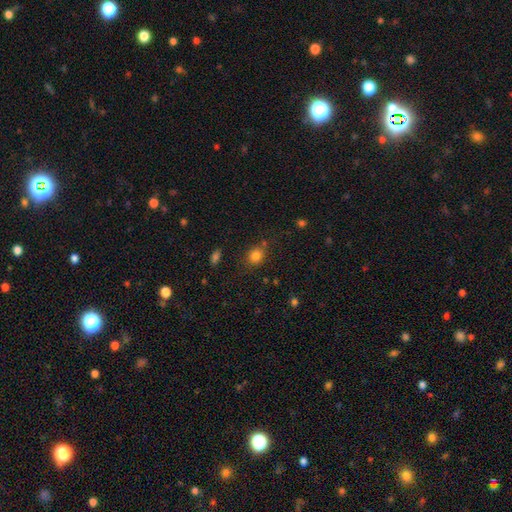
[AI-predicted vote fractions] Smooth or featured?
  - smooth: 81% *
  - star or artifact: 13%
  - featured or disk: 6%
How rounded?
  - round: 68% *
  - in between: 31%
  - cigar-shaped: 1%
Merging?
  - none: 72% *
  - minor disturbance: 16%
  - merger: 6%
  - major disturbance: 5%